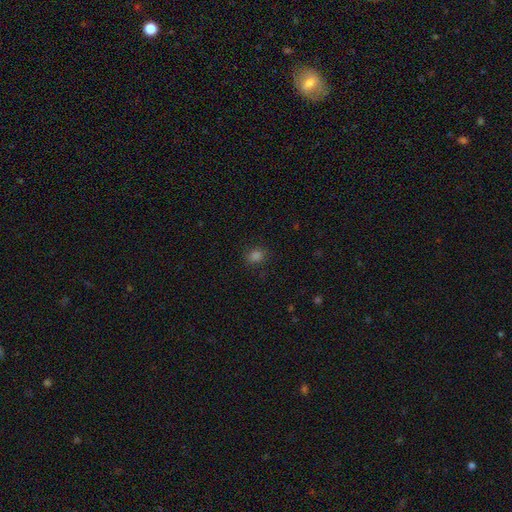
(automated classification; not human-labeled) Smooth or featured?
  - smooth: 79% *
  - star or artifact: 17%
  - featured or disk: 4%
How rounded?
  - round: 57% *
  - in between: 42%
  - cigar-shaped: 1%
Merging?
  - none: 86% *
  - minor disturbance: 10%
  - major disturbance: 3%
  - merger: 1%